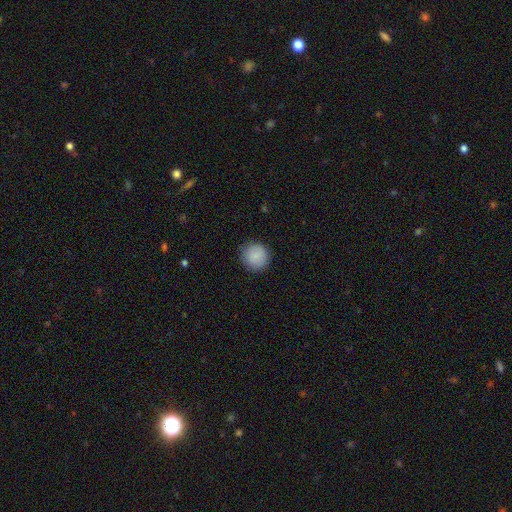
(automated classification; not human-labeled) A smooth galaxy with no disk features (88%) that is round (93%).

Vote fractions:
- Smooth or featured? smooth: 88% / star or artifact: 7% / featured or disk: 4%
- How rounded? round: 93% / in between: 6% / cigar-shaped: 1%
- Merging? none: 88% / minor disturbance: 8% / major disturbance: 2% / merger: 1%